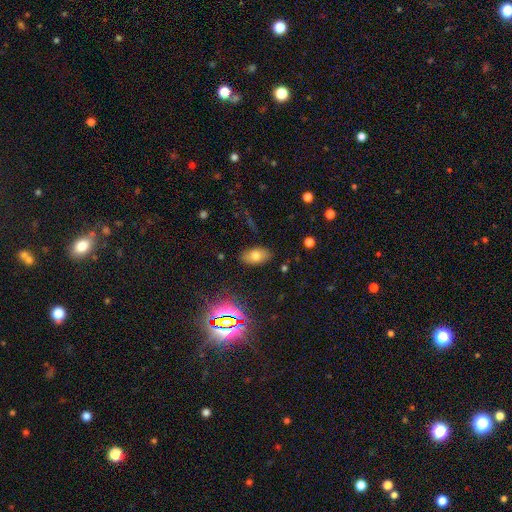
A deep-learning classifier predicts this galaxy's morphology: Overall: smooth (69%). How rounded: in between (91%). Merging: none (84%).